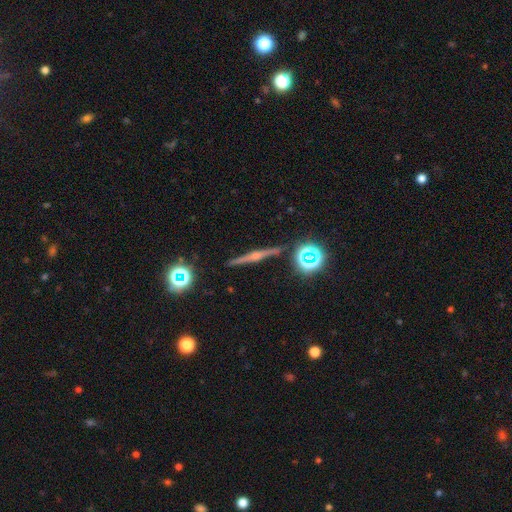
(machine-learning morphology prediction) Smooth or featured: featured or disk — 49% (star or artifact — 26%)
Merging: none — 83% (minor disturbance — 8%)